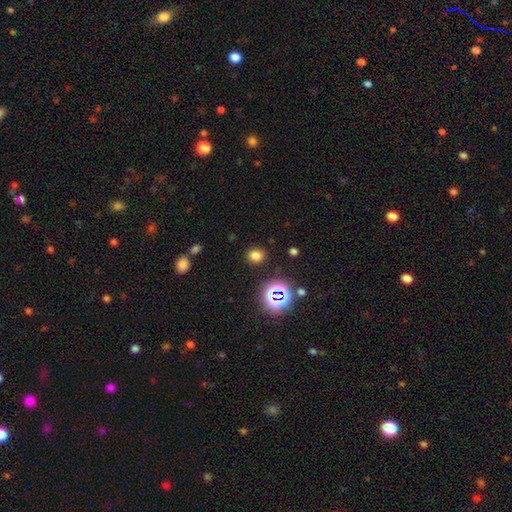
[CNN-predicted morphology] This is likely a smooth galaxy (74%). How rounded: likely round (71%). Merging: clearly none (88%).